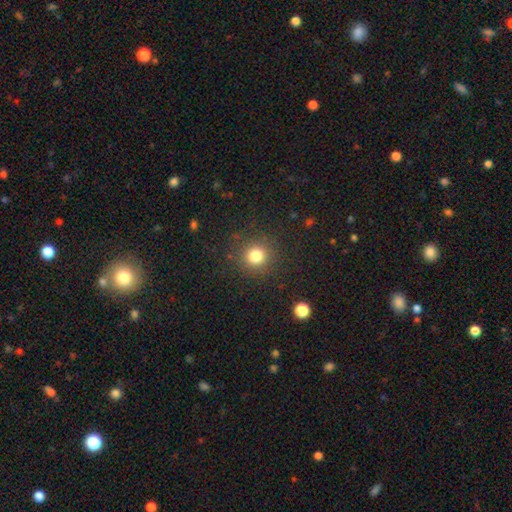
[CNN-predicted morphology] Smooth or featured?
  - smooth: 80% *
  - star or artifact: 14%
  - featured or disk: 6%
How rounded?
  - round: 93% *
  - in between: 6%
  - cigar-shaped: 1%
Merging?
  - none: 89% *
  - minor disturbance: 7%
  - major disturbance: 3%
  - merger: 1%